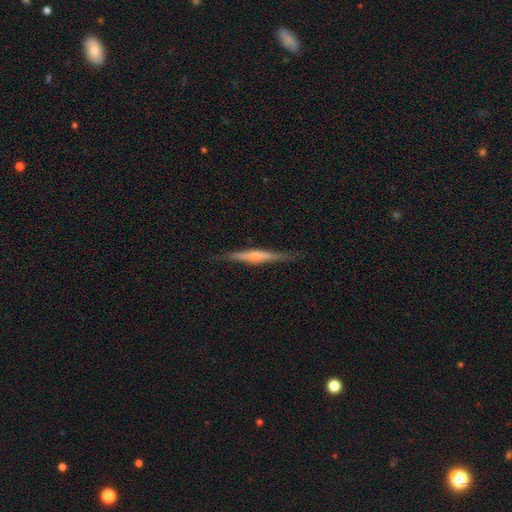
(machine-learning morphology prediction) Smooth or featured? featured or disk (63%)
Edge-on disk? yes (97%)
Edge-on bulge? rounded (50%)
Merging? none (87%)